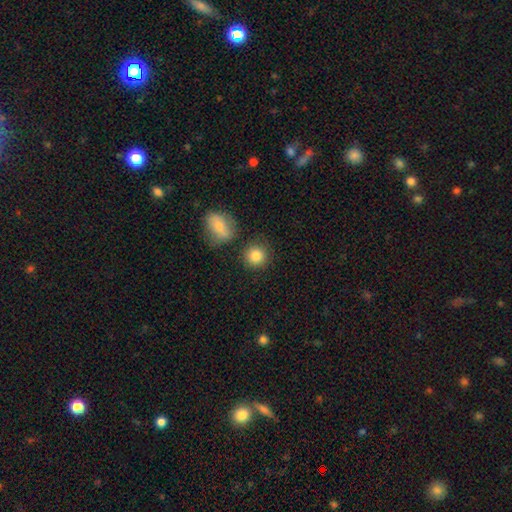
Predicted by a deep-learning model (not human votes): Smooth or featured?
  - smooth: 84% *
  - star or artifact: 10%
  - featured or disk: 6%
How rounded?
  - round: 89% *
  - in between: 10%
  - cigar-shaped: 1%
Merging?
  - none: 79% *
  - minor disturbance: 9%
  - merger: 9%
  - major disturbance: 3%